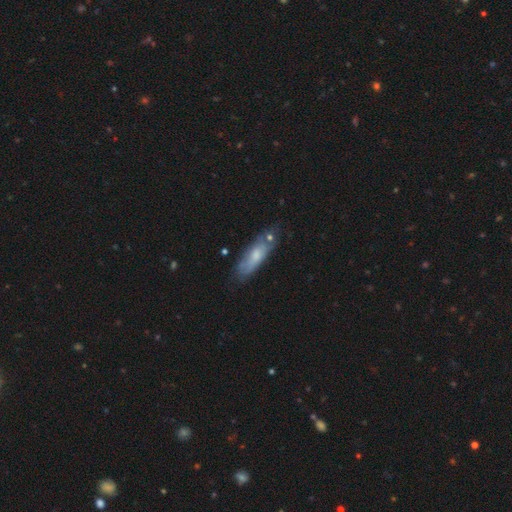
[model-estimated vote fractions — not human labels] Smooth or featured? smooth (59%)
How rounded? in between (51%)
Merging? none (59%)